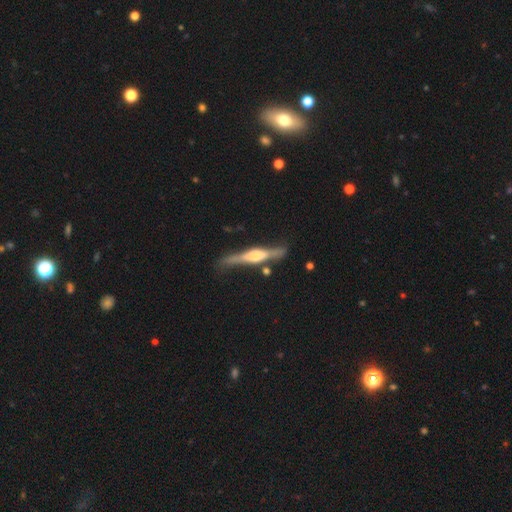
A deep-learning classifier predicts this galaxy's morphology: This is likely a featured or disk galaxy (75%). It is clearly viewed edge-on (95%). Edge-on bulge: likely rounded (63%). Merging: likely none (74%).